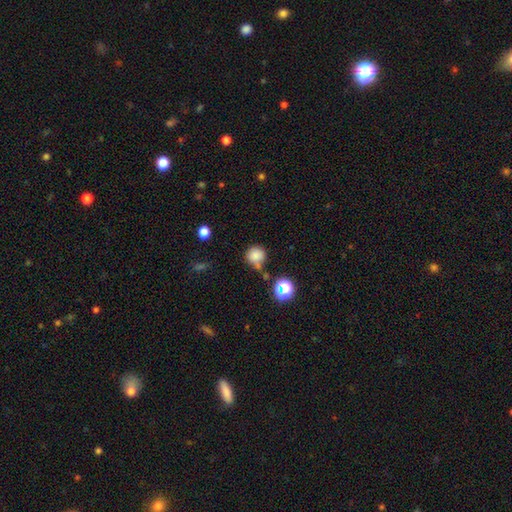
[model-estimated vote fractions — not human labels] smooth-or-featured: smooth: 80% | star or artifact: 13% | featured or disk: 7%
  how-rounded: round: 90% | in between: 9% | cigar-shaped: 1%
  merging: none: 58% | minor disturbance: 19% | merger: 16% | major disturbance: 7%